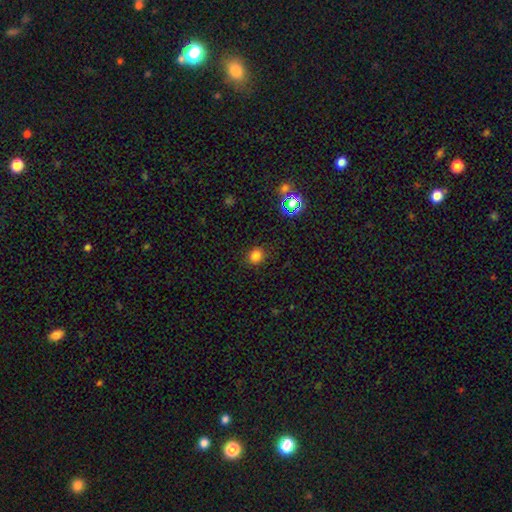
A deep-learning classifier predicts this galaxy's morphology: Smooth or featured? smooth (79%)
How rounded? round (67%)
Merging? none (85%)